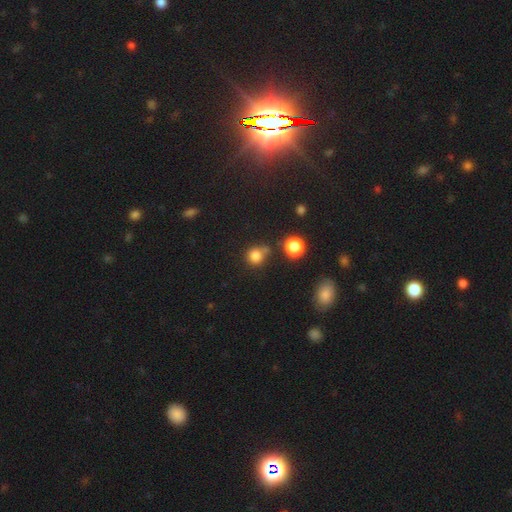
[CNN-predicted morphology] A smooth galaxy with no disk features (80%) that is round (86%).

Vote fractions:
- Smooth or featured? smooth: 80% / star or artifact: 15% / featured or disk: 6%
- How rounded? round: 86% / in between: 12% / cigar-shaped: 1%
- Merging? none: 61% / merger: 17% / minor disturbance: 16% / major disturbance: 6%